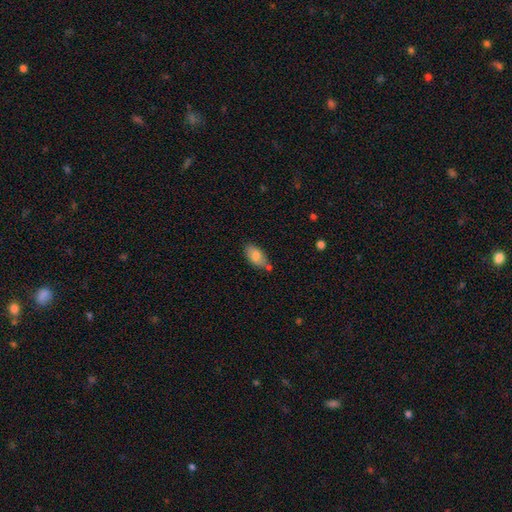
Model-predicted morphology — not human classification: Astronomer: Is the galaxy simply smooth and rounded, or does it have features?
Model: smooth — 77%.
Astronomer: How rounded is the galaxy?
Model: in between — 92%.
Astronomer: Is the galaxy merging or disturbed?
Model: none — 59%.